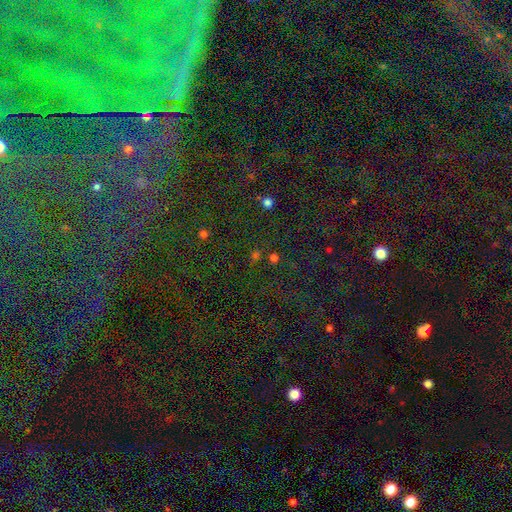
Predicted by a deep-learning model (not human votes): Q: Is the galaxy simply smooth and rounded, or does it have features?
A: star or artifact — 66%.